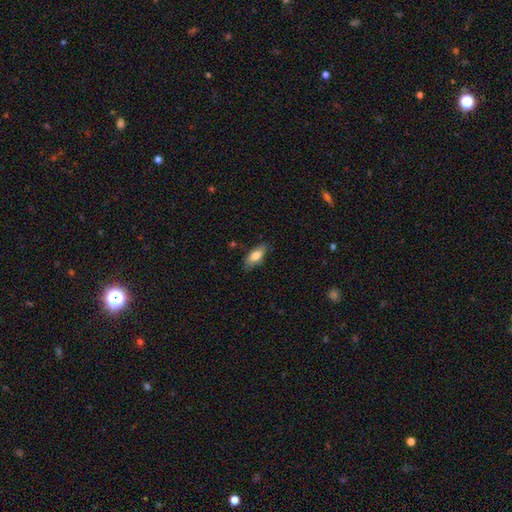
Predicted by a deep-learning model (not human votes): Smooth or featured? smooth (74%)
How rounded? in between (79%)
Merging? none (80%)